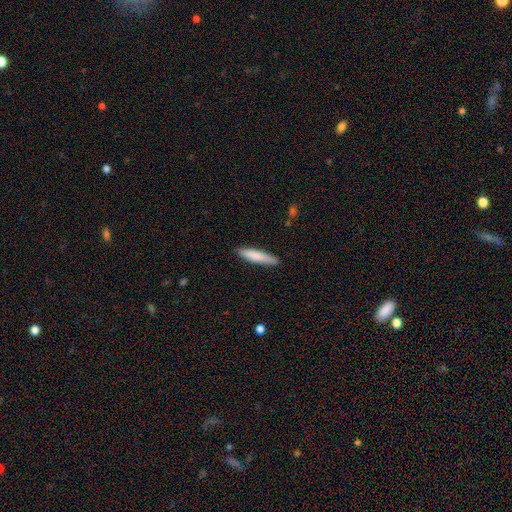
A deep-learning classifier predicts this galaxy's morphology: Smooth or featured? smooth (81%)
How rounded? cigar-shaped (85%)
Merging? none (87%)